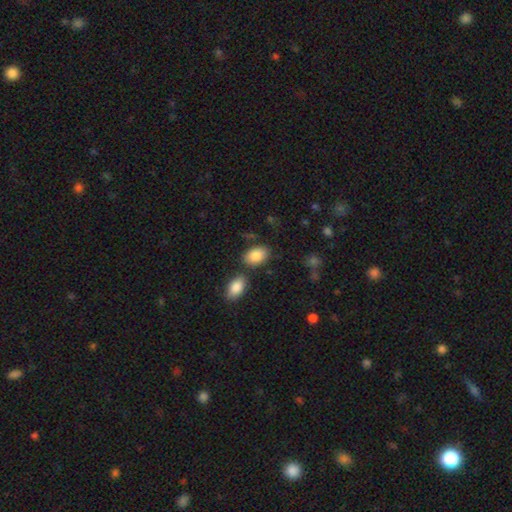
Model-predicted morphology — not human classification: Overall: smooth (87%). How rounded: in between (90%). Merging: none (72%).